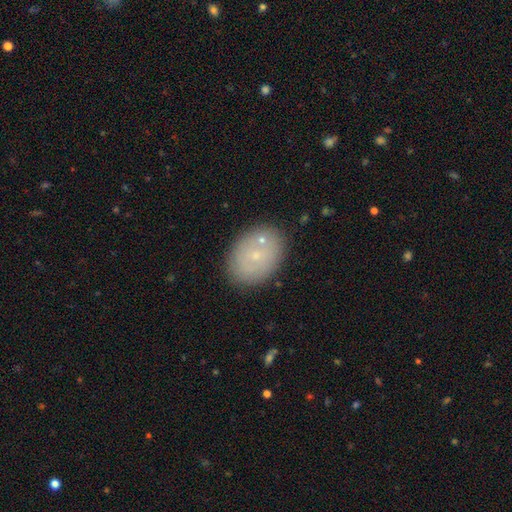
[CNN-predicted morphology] A smooth galaxy with no disk features (60%) that is in between round and cigar-shaped (73%).

Vote fractions:
- Smooth or featured? smooth: 60% / featured or disk: 28% / star or artifact: 12%
- How rounded? in between: 73% / round: 25% / cigar-shaped: 1%
- Merging? none: 80% / minor disturbance: 11% / merger: 6% / major disturbance: 3%